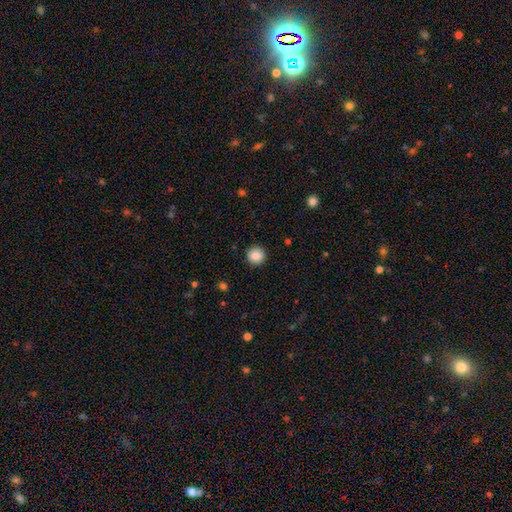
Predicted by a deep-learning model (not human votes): This appears to be a smooth galaxy with no disk features (88%) that is round (94%). Merging: none (92%).